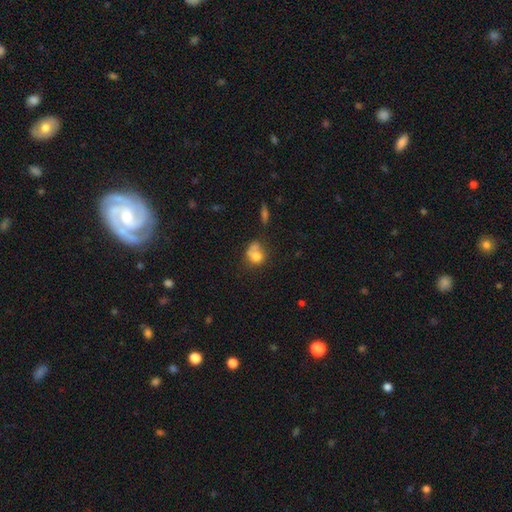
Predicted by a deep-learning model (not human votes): Smooth or featured? smooth (72%)
How rounded? round (62%)
Merging? merger (37%)